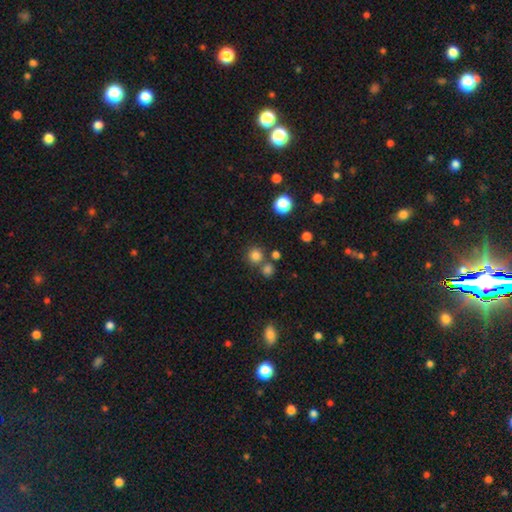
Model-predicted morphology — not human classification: smooth-or-featured: smooth: 78% | star or artifact: 16% | featured or disk: 5%
  how-rounded: round: 93% | in between: 7% | cigar-shaped: 1%
  merging: none: 73% | merger: 17% | minor disturbance: 7% | major disturbance: 3%